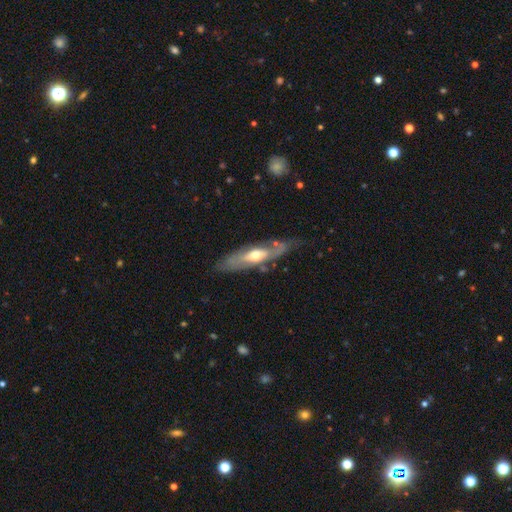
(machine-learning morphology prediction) This is likely a featured or disk galaxy (63%). It is possibly not viewed edge-on (56%). Merging: likely none (67%).